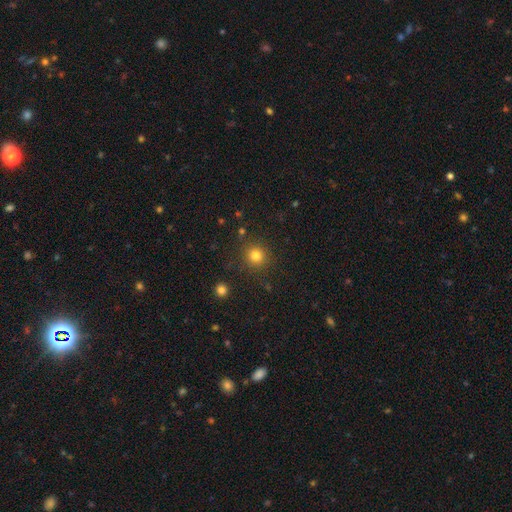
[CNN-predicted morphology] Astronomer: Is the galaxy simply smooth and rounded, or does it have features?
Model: smooth — 81%.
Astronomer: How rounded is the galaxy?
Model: round — 92%.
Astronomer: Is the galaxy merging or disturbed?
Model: none — 87%.